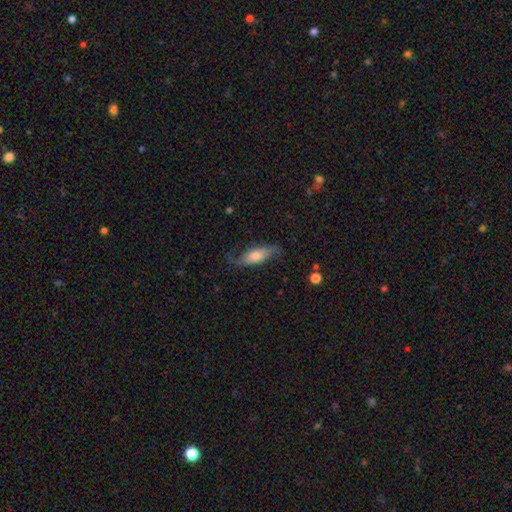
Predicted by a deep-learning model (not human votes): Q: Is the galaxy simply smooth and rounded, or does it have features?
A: featured or disk — 53%.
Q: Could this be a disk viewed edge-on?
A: no — 72%.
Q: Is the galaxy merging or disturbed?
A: none — 66%.